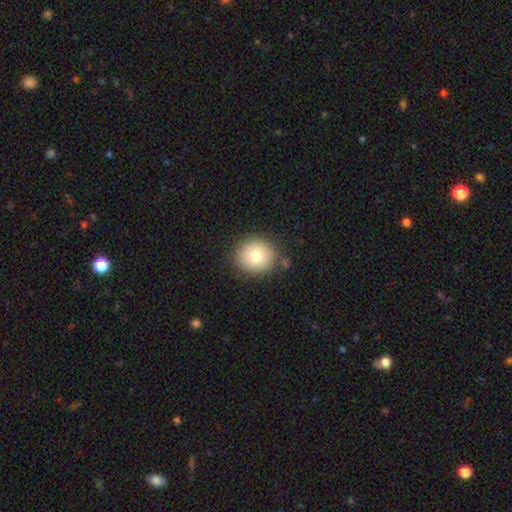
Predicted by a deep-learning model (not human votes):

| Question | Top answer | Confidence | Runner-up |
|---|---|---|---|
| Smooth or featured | smooth | 77% | featured or disk (13%) |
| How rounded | round | 90% | in between (9%) |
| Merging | none | 85% | minor disturbance (9%) |